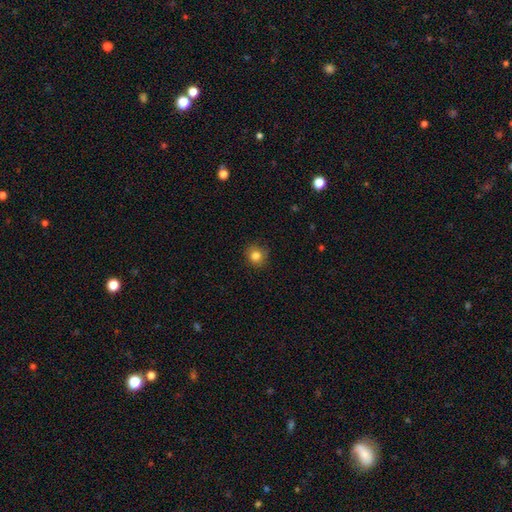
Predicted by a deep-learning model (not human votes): smooth_or_featured: smooth (p=0.83) [alt: star or artifact p=0.11]
how_rounded: round (p=0.88) [alt: in between p=0.11]
merging: none (p=0.86) [alt: minor disturbance p=0.11]